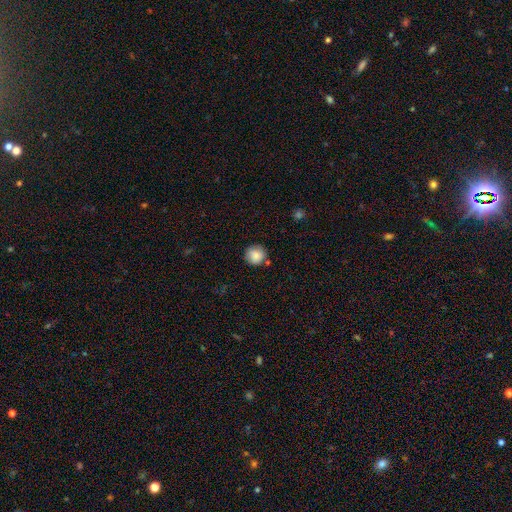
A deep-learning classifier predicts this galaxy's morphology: The model was most divided on "merging": none: 81%, minor disturbance: 12%, merger: 4%, major disturbance: 3%. More confident: how rounded — round (93%); smooth or featured — smooth (86%).